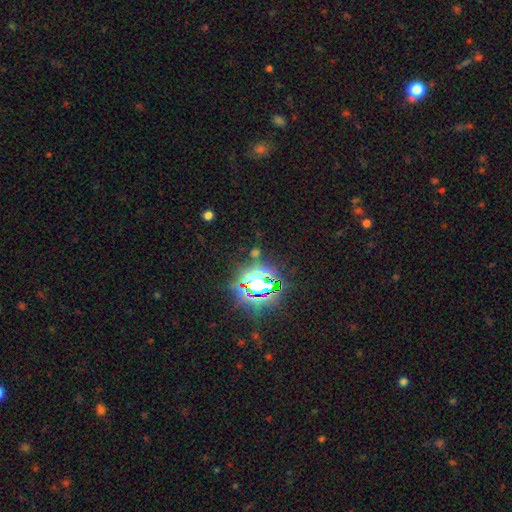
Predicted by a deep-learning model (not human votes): Smooth or featured? star or artifact (74%)